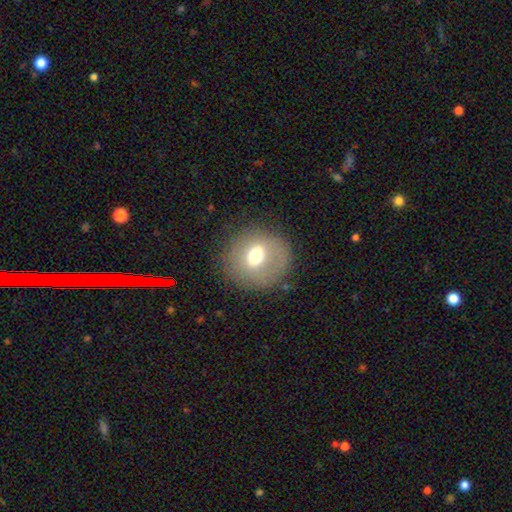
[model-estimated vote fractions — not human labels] smooth_or_featured: smooth (p=0.59) [alt: featured or disk p=0.30]
how_rounded: round (p=0.82) [alt: in between p=0.17]
merging: none (p=0.78) [alt: minor disturbance p=0.13]